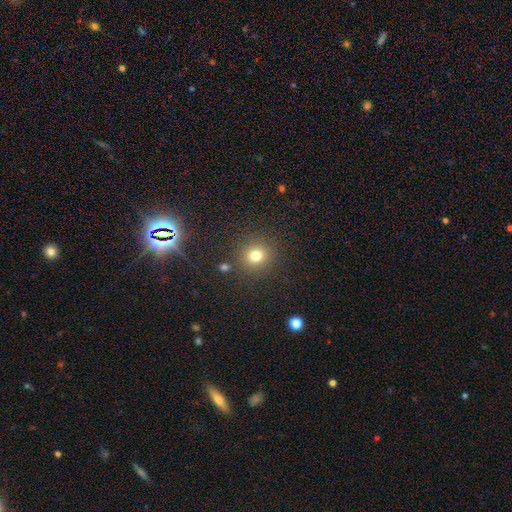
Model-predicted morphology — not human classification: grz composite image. It shows a smooth galaxy with no disk features (77%) that is round (90%). Merging: none (87%).